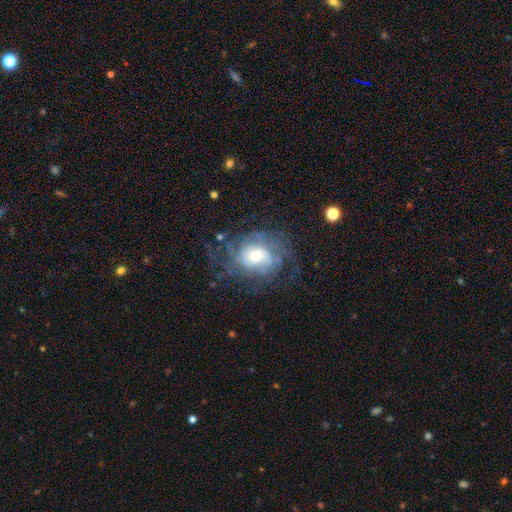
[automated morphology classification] Smooth or featured? featured or disk (73%)
Edge-on disk? no (96%)
Bar? no (66%)
Spiral arms? yes (82%)
Spiral winding? tight (44%)
Spiral arm count? can't tell (51%)
Bulge size? moderate (53%)
Merging? none (57%)